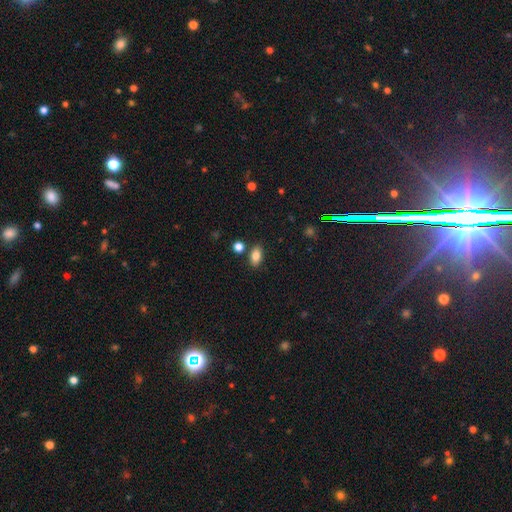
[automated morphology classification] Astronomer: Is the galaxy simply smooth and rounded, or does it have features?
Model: smooth — 84%.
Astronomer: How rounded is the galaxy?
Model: in between — 88%.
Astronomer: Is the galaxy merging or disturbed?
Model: none — 81%.